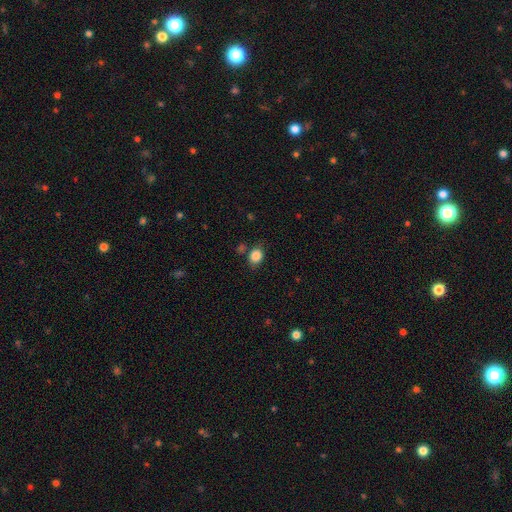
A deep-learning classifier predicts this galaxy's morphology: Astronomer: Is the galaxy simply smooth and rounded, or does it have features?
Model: smooth — 85%.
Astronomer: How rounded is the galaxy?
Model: in between — 54% (runner-up: round, 45%).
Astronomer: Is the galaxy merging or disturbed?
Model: none — 73%.